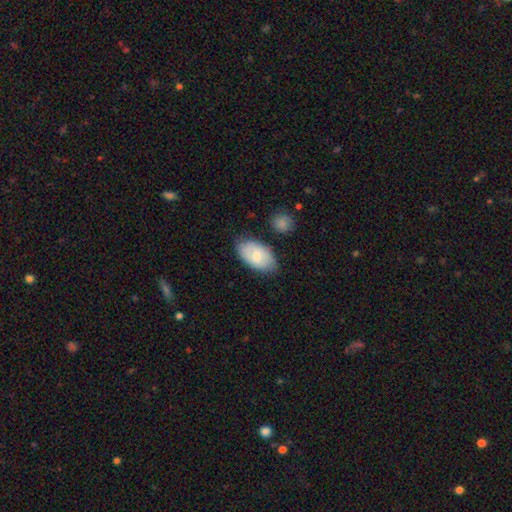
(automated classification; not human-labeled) Q: Smooth or featured?
A: smooth (67%); runner-up: featured or disk (27%)
Q: How rounded?
A: in between (93%); runner-up: round (5%)
Q: Merging?
A: none (72%); runner-up: minor disturbance (19%)